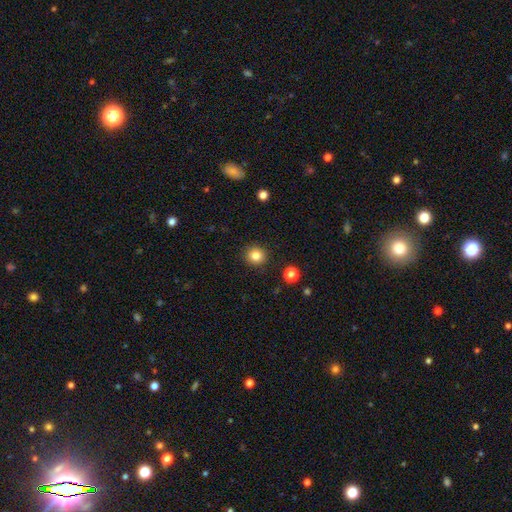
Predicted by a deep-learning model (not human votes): This appears to be a smooth galaxy with no disk features (84%) that is round (91%). Merging: none (91%).